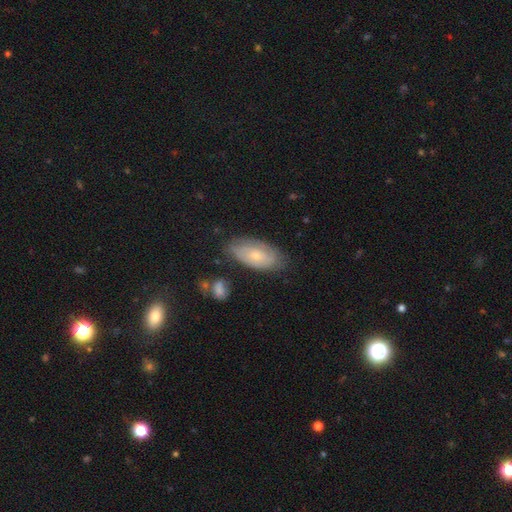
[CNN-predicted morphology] This is possibly a smooth galaxy (47%). Merging: likely none (70%).